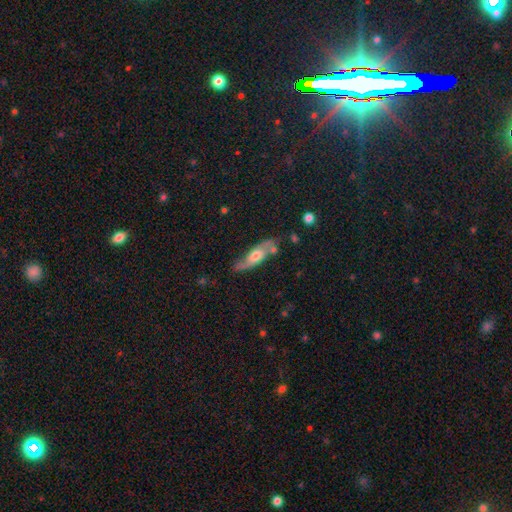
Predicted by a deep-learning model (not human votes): Smooth or featured: featured or disk — 53% (smooth — 41%)
Edge-on disk: no — 65% (yes — 35%)
Merging: none — 64% (minor disturbance — 22%)